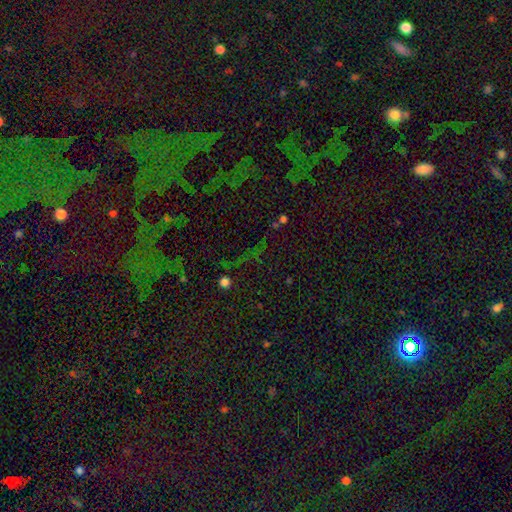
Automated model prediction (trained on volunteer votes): smooth_or_featured: star or artifact (p=0.74) [alt: smooth p=0.15]